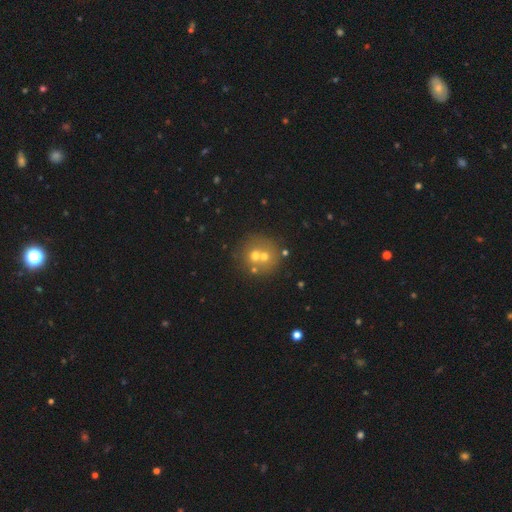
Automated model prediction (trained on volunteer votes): Q: Smooth or featured?
A: smooth (52%); runner-up: featured or disk (27%)
Q: How rounded?
A: round (87%); runner-up: in between (13%)
Q: Merging?
A: none (45%); tied with: merger (45%)